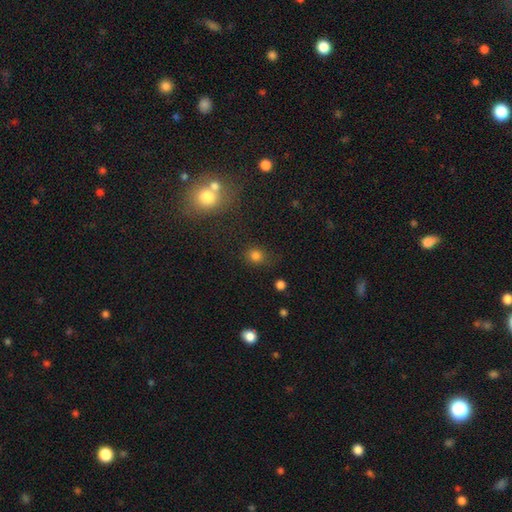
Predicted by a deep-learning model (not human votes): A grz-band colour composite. It shows a smooth galaxy with no disk features (78%) that is round (78%). Merging: none (77%).